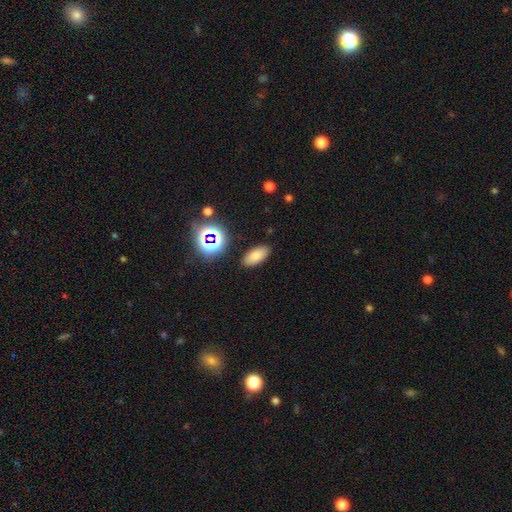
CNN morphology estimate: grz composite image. It shows a smooth galaxy with no disk features (77%) that is in between round and cigar-shaped (90%). Merging: none (87%).